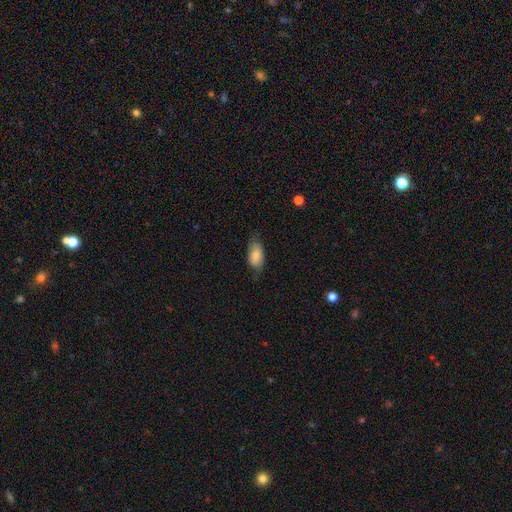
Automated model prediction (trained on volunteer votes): Smooth or featured?
  - smooth: 79% *
  - featured or disk: 14%
  - star or artifact: 7%
How rounded?
  - in between: 91% *
  - cigar-shaped: 5%
  - round: 4%
Merging?
  - none: 67% *
  - minor disturbance: 25%
  - major disturbance: 7%
  - merger: 1%